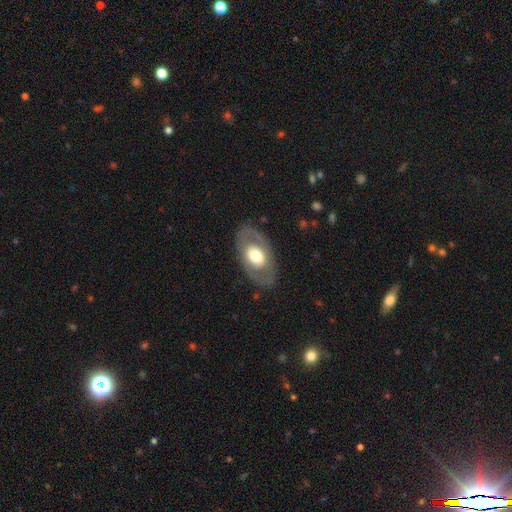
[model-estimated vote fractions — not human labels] Smooth or featured?
  - featured or disk: 53% *
  - smooth: 42%
  - star or artifact: 5%
Edge-on disk?
  - no: 89% *
  - yes: 11%
Merging?
  - none: 82% *
  - minor disturbance: 11%
  - major disturbance: 6%
  - merger: 1%